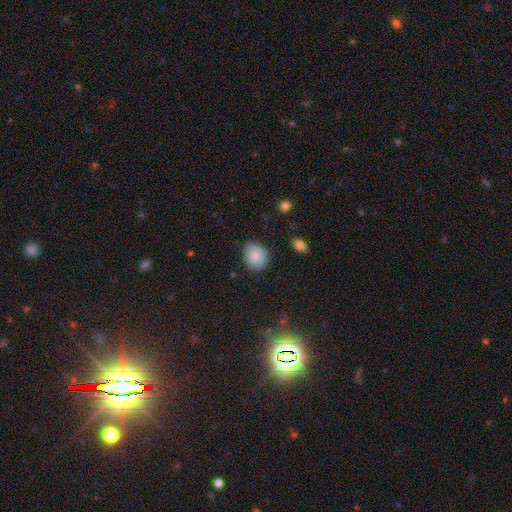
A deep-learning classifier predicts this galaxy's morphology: Smooth or featured: smooth — 81% (featured or disk — 11%)
How rounded: round — 67% (in between — 32%)
Merging: none — 76% (minor disturbance — 19%)